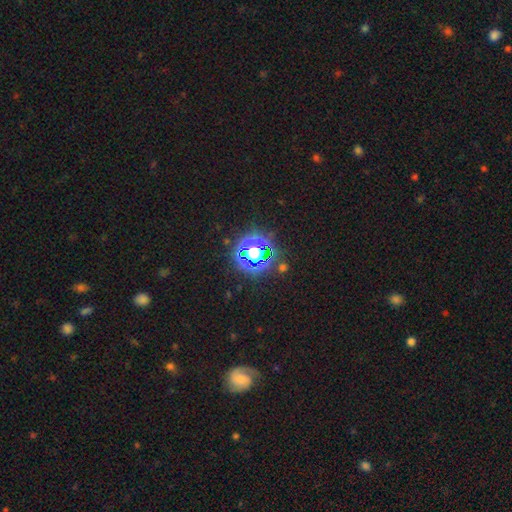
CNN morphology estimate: smooth-or-featured: star or artifact: 71% | smooth: 19% | featured or disk: 10%